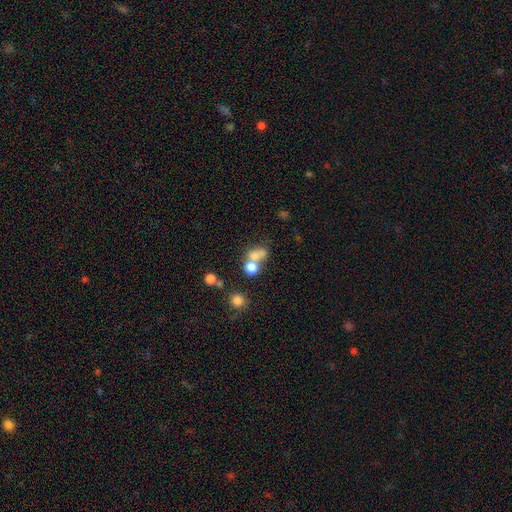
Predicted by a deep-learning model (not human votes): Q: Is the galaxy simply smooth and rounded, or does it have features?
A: smooth — 68%.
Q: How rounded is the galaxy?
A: round — 60%.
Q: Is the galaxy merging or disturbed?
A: merger — 56%.